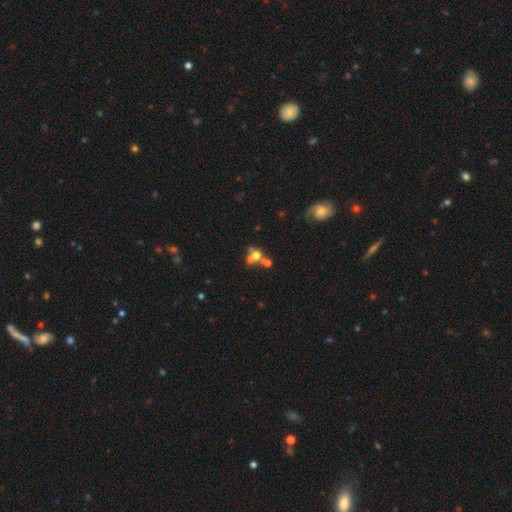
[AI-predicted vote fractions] This appears to be a smooth galaxy with no disk features (54%) that is round (58%). Merging: merger (50%).